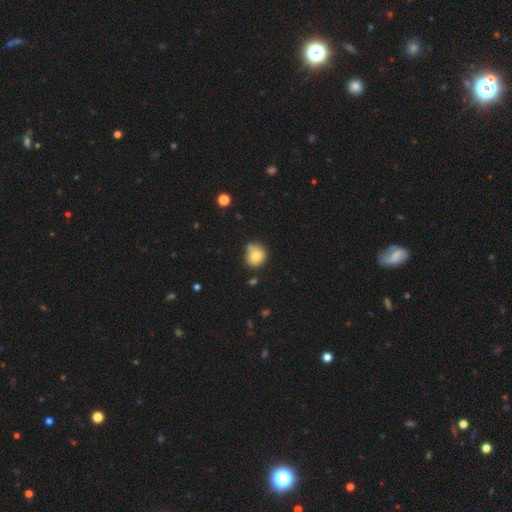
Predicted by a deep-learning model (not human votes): smooth 77%, featured or disk 13%, star or artifact 10%. Down the decision tree: how rounded — round (85%); merging — none (62%).